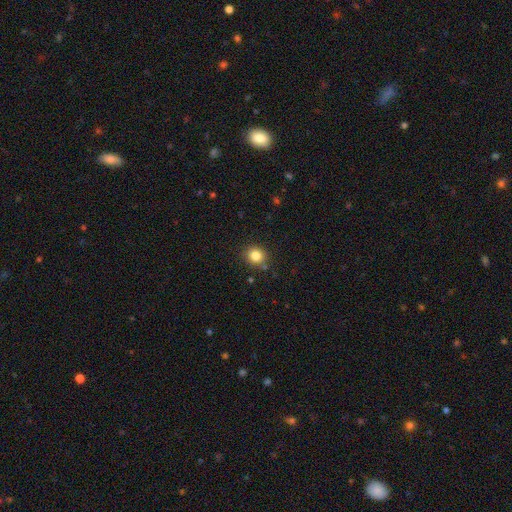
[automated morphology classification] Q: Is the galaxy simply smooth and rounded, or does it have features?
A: smooth — 83%.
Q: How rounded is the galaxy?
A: round — 85%.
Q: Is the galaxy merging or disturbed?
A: none — 87%.